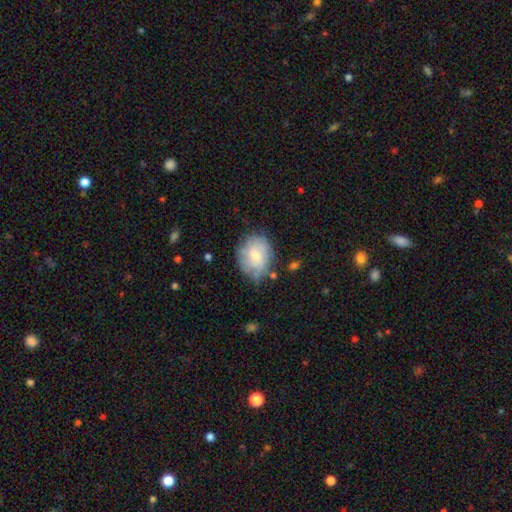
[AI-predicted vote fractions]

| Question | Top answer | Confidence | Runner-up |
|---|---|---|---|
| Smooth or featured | smooth | 51% | featured or disk (42%) |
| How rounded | in between | 51% | round (48%) |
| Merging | none | 62% | minor disturbance (26%) |